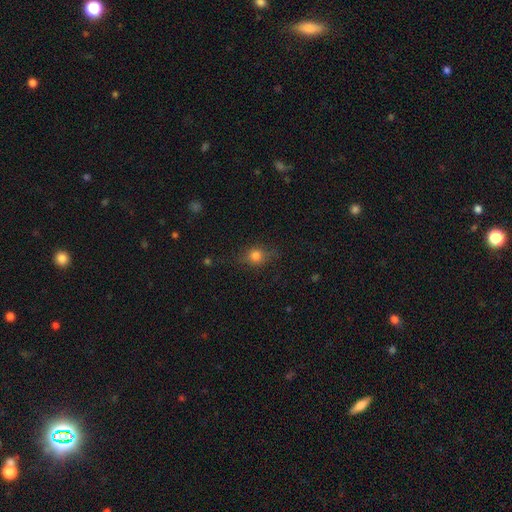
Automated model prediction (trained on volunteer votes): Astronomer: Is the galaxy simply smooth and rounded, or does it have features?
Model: smooth — 70%.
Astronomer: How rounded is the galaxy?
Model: round — 65%.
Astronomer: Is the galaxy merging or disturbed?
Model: none — 75%.